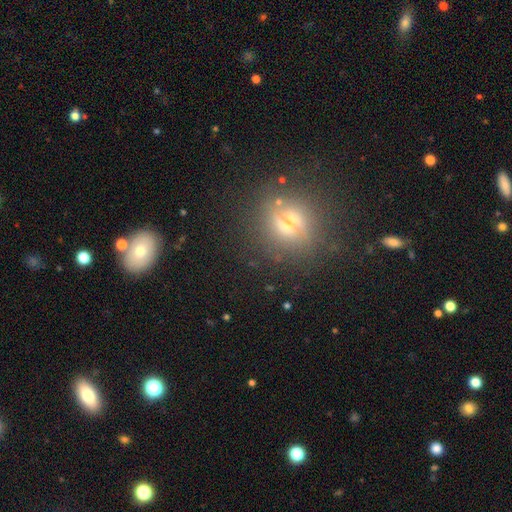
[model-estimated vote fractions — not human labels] Morphology: type=smooth (43%); merging=none (64%).